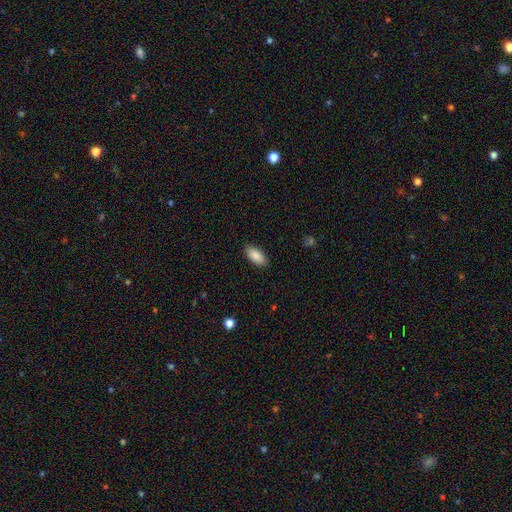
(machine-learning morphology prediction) Smooth or featured? Predicted: smooth (p=0.88). How rounded? Predicted: in between (p=0.90). Merging? Predicted: none (p=0.88).